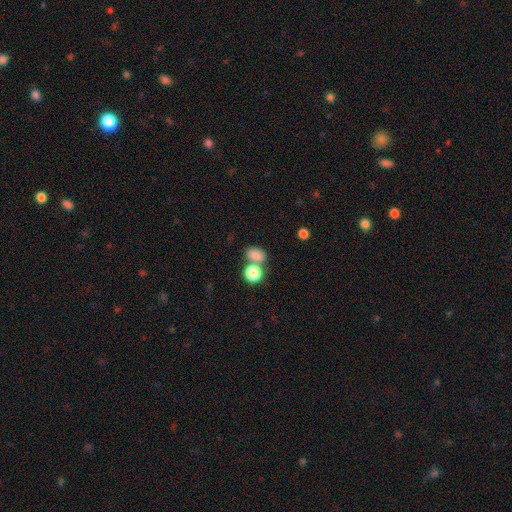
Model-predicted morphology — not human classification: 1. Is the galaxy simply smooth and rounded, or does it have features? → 80% smooth, 13% star or artifact, 7% featured or disk.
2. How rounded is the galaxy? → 68% in between, 31% round, 2% cigar-shaped.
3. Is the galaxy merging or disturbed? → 48% none, 34% merger, 12% minor disturbance, 6% major disturbance.